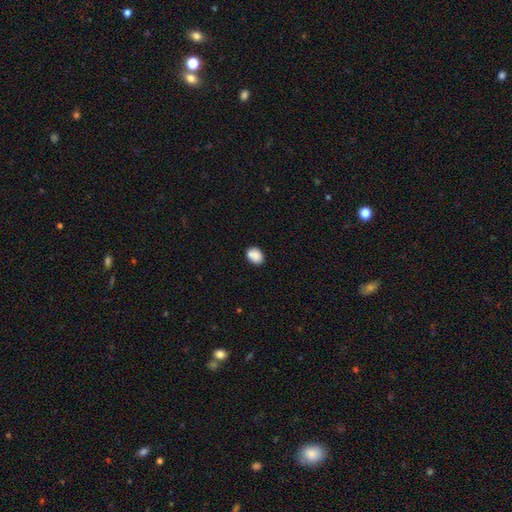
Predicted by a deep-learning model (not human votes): Q: Smooth or featured?
A: smooth (83%); runner-up: featured or disk (8%)
Q: How rounded?
A: in between (56%); runner-up: round (43%)
Q: Merging?
A: none (63%); runner-up: merger (17%)